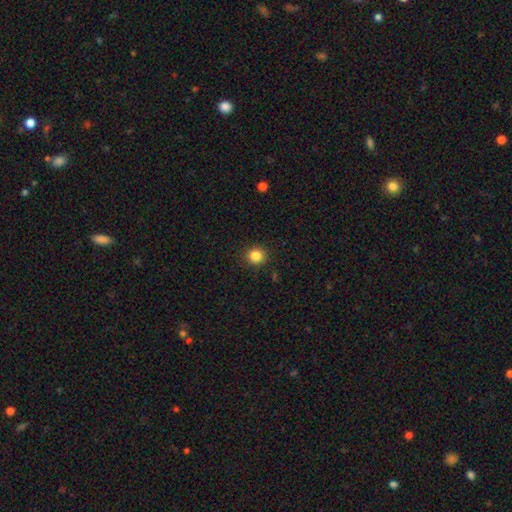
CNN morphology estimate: smooth_or_featured: smooth (p=0.85) [alt: star or artifact p=0.11]
how_rounded: round (p=0.89) [alt: in between p=0.11]
merging: none (p=0.91) [alt: minor disturbance p=0.06]